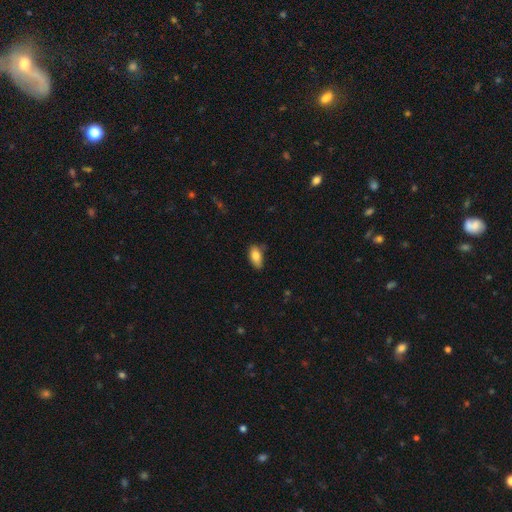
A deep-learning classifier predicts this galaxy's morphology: type=smooth (83%); roundness=in between (91%); merging=none (73%).